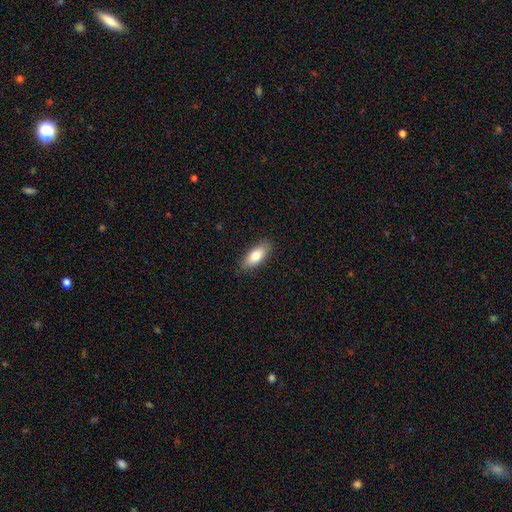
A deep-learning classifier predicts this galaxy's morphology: Smooth or featured? smooth (80%)
How rounded? in between (82%)
Merging? none (86%)